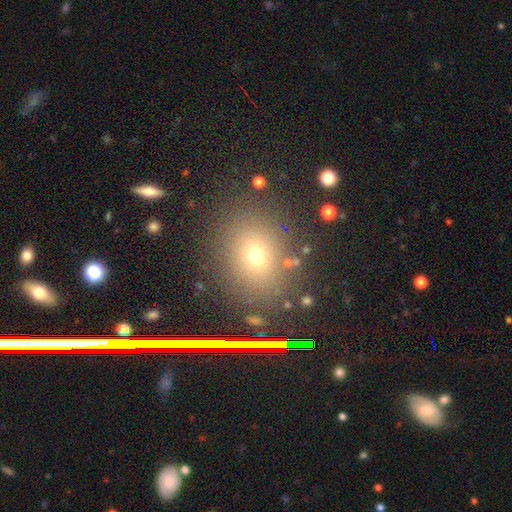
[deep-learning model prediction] A smooth galaxy with no disk features (65%) that is round (49%, tied with in between). Merging: none (83%).